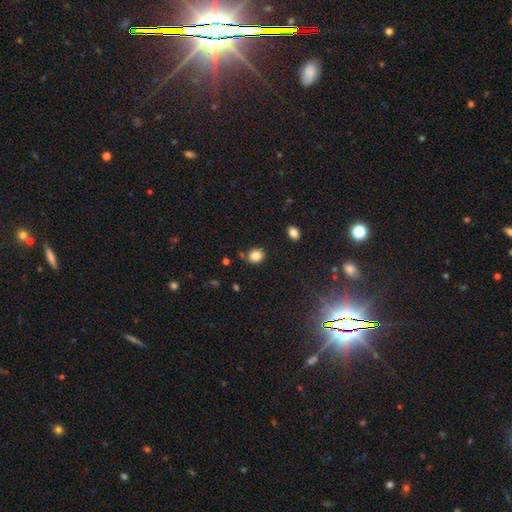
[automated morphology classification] Q: Smooth or featured?
A: smooth (84%); runner-up: star or artifact (11%)
Q: How rounded?
A: round (71%); runner-up: in between (29%)
Q: Merging?
A: none (80%); runner-up: minor disturbance (13%)